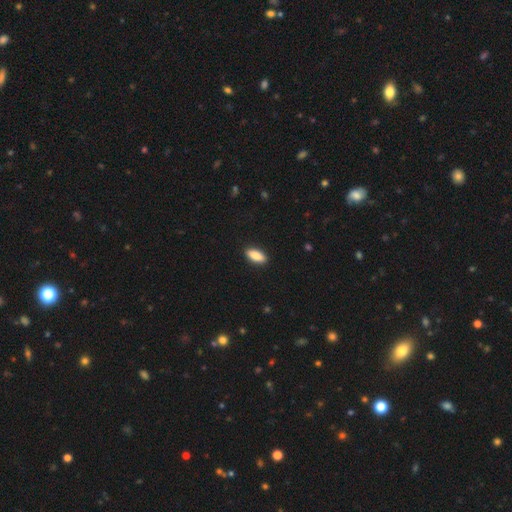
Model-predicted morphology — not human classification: Smooth or featured? Predicted: smooth (p=0.87). How rounded? Predicted: in between (p=0.83). Merging? Predicted: none (p=0.90).